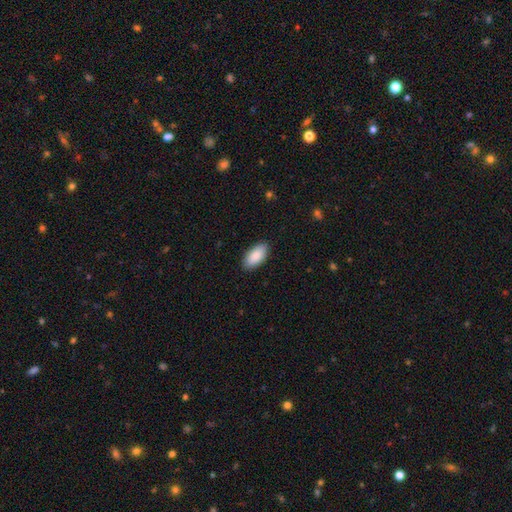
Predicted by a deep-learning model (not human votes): A smooth galaxy with no disk features (89%) that is in between round and cigar-shaped (94%). Merging: none (89%).